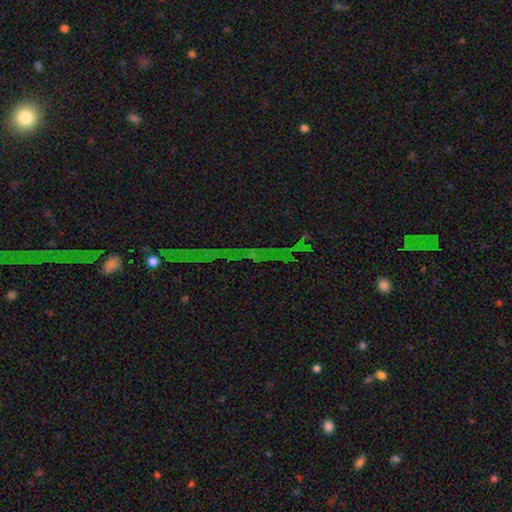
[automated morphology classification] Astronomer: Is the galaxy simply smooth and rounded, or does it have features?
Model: star or artifact — 77%.